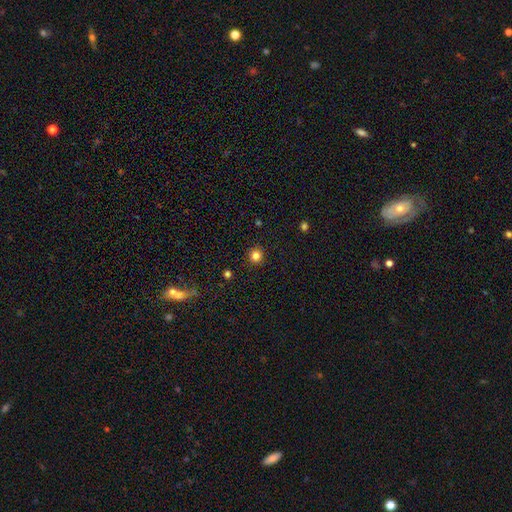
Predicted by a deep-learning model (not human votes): Smooth or featured: smooth — 82% (star or artifact — 13%)
How rounded: round — 94% (in between — 5%)
Merging: none — 92% (minor disturbance — 5%)